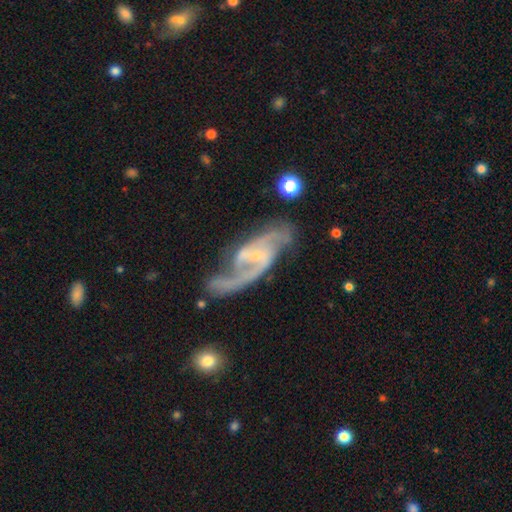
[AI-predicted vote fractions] This is clearly a featured or disk galaxy (91%). It is clearly not viewed edge-on (95%). Bar: marginally weak (44%). Spiral arm pattern: clearly yes (97%). Spiral arm count: clearly 2 (87%). Spiral winding: possibly medium (53%). Central bulge: likely small (75%). Merging: likely none (61%).